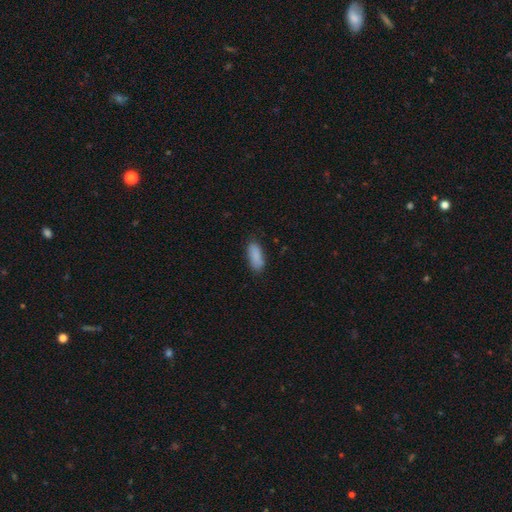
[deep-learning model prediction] Smooth or featured? Predicted: smooth (p=0.87). How rounded? Predicted: in between (p=0.77). Merging? Predicted: none (p=0.79).